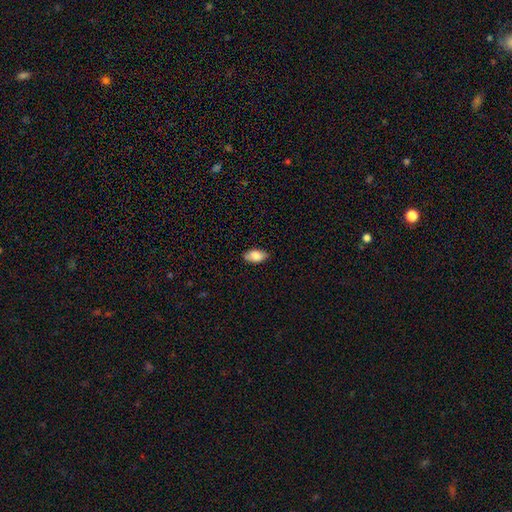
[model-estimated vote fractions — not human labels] Overall: smooth (85%). How rounded: in between (92%). Merging: none (83%).